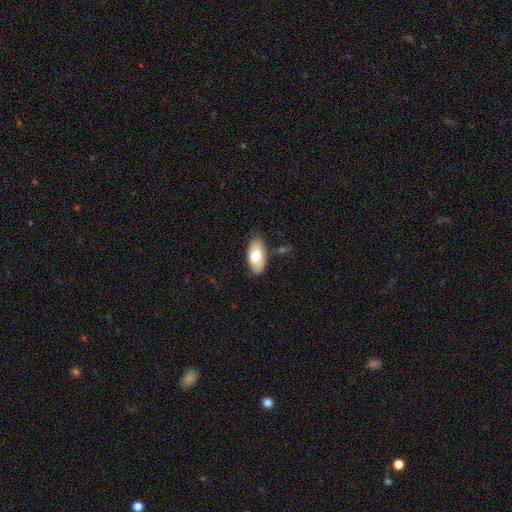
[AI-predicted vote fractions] smooth-or-featured: smooth: 72% | featured or disk: 22% | star or artifact: 7%
  how-rounded: in between: 93% | cigar-shaped: 4% | round: 3%
  merging: none: 79% | minor disturbance: 15% | merger: 3% | major disturbance: 3%